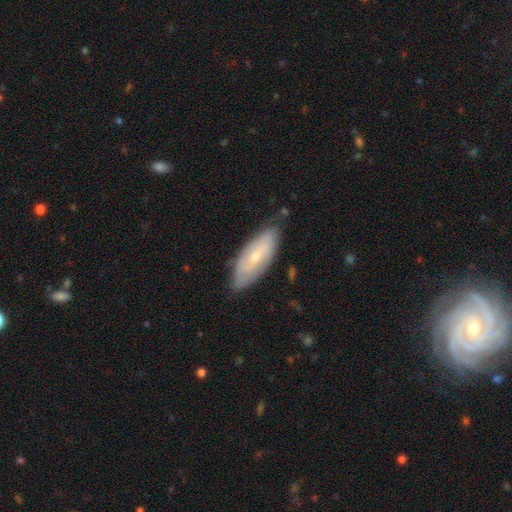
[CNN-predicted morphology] Overall: smooth (48%; featured or disk 45%). Merging: none (75%).